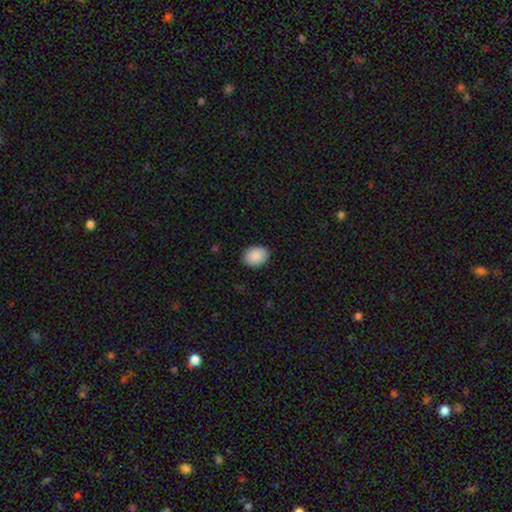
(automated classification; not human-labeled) A smooth galaxy with no disk features (90%) that is in between round and cigar-shaped (62%).

Vote fractions:
- Smooth or featured? smooth: 90% / star or artifact: 7% / featured or disk: 3%
- How rounded? in between: 62% / round: 38% / cigar-shaped: 1%
- Merging? none: 88% / minor disturbance: 9% / major disturbance: 2% / merger: 1%